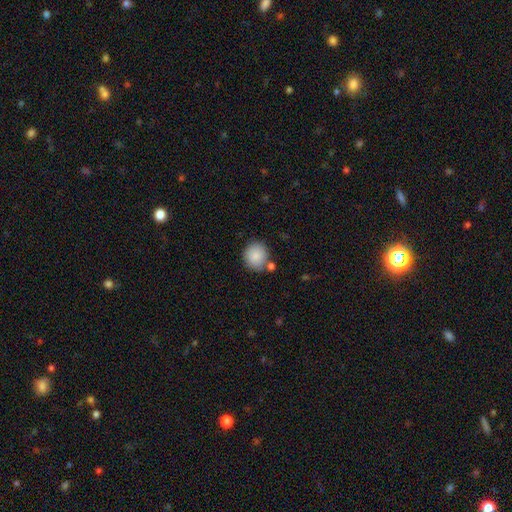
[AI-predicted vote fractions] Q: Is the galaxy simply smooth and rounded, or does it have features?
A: smooth — 87%.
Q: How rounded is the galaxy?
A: round — 88%.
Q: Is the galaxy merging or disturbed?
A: none — 76%.